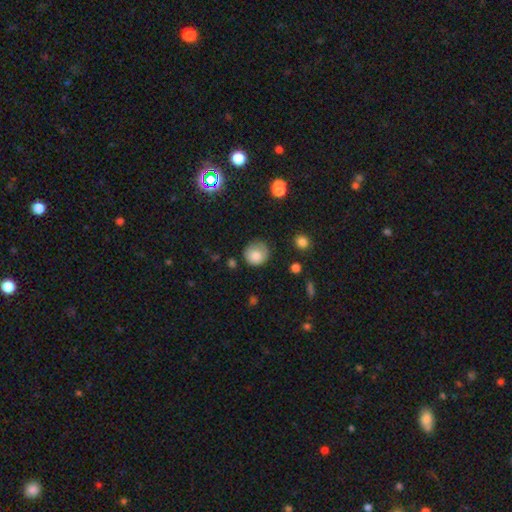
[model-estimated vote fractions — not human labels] The model was most divided on "merging": none: 67%, minor disturbance: 22%, major disturbance: 8%, merger: 2%. More confident: how rounded — round (86%); smooth or featured — smooth (81%).